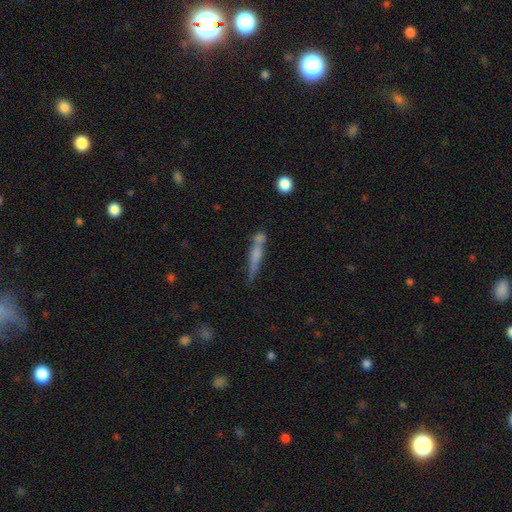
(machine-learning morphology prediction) Smooth or featured? Predicted: smooth (p=0.57). How rounded? Predicted: cigar-shaped (p=0.90). Merging? Predicted: none (p=0.54).